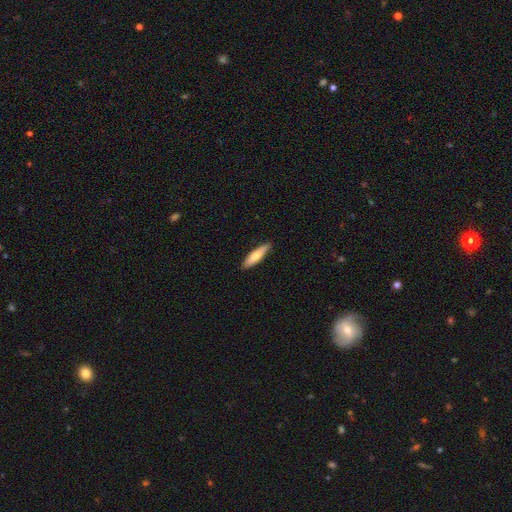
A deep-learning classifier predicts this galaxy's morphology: This appears to be a smooth galaxy with no disk features (65%) that is cigar-shaped (73%). Merging: none (88%).